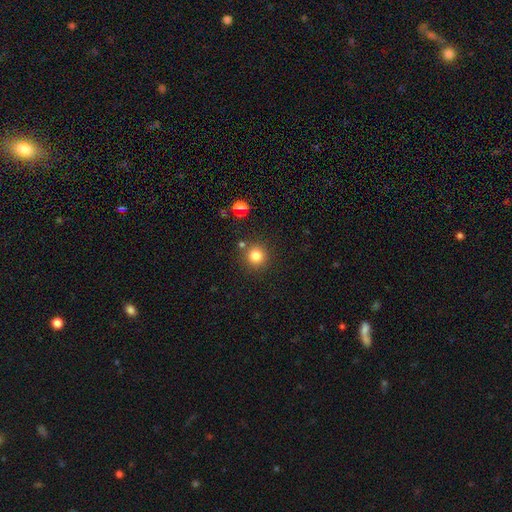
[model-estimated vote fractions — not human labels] Smooth or featured? Predicted: smooth (p=0.81). How rounded? Predicted: round (p=0.93). Merging? Predicted: none (p=0.83).